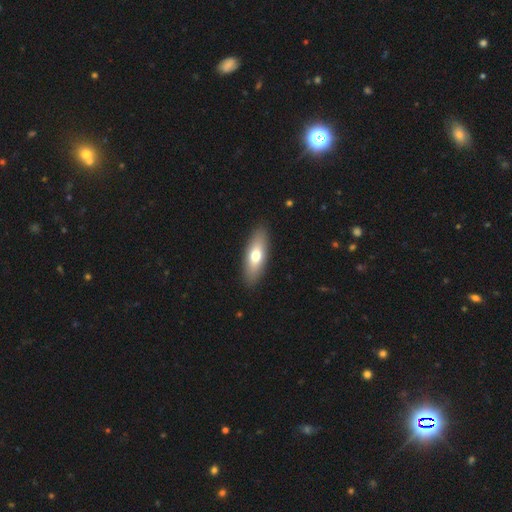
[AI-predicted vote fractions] smooth 67%, featured or disk 27%, star or artifact 6%. Down the decision tree: how rounded — in between (67%); merging — none (90%).